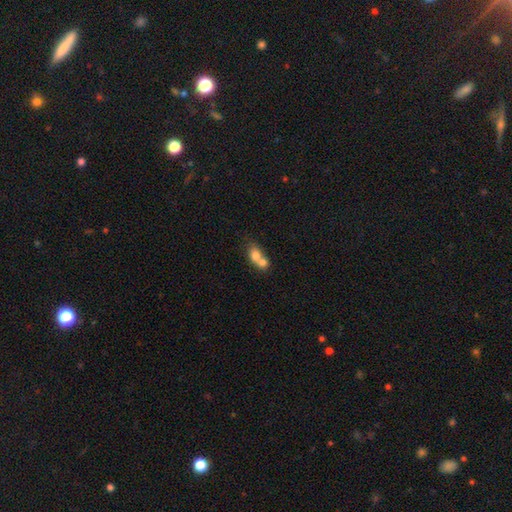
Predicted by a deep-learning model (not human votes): A smooth galaxy with no disk features (72%) that is in between round and cigar-shaped (53%). Merging: merger (72%).